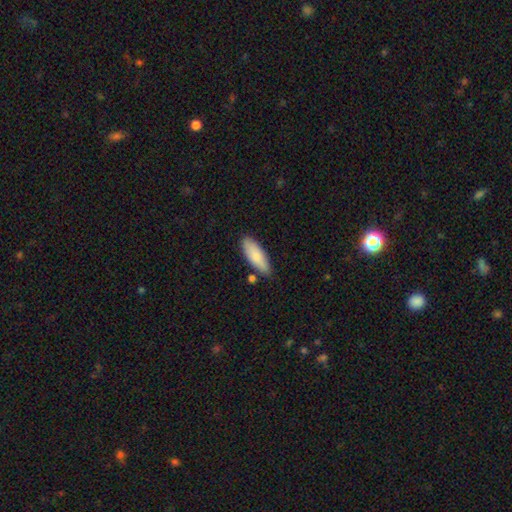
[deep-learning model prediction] Smooth or featured: smooth — 81% (featured or disk — 13%)
How rounded: in between — 69% (cigar-shaped — 29%)
Merging: none — 78% (minor disturbance — 15%)